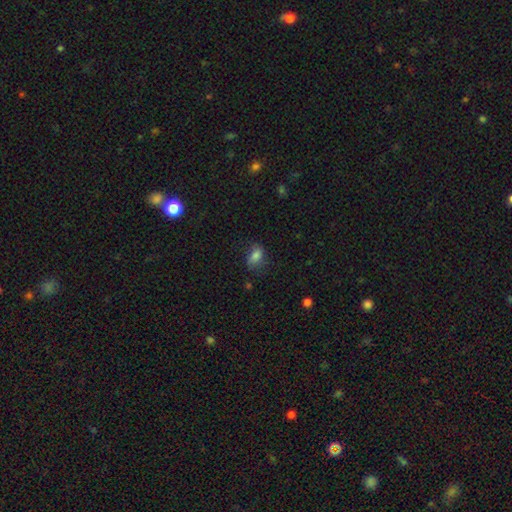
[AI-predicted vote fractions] Smooth or featured? smooth (72%)
How rounded? in between (82%)
Merging? none (59%)